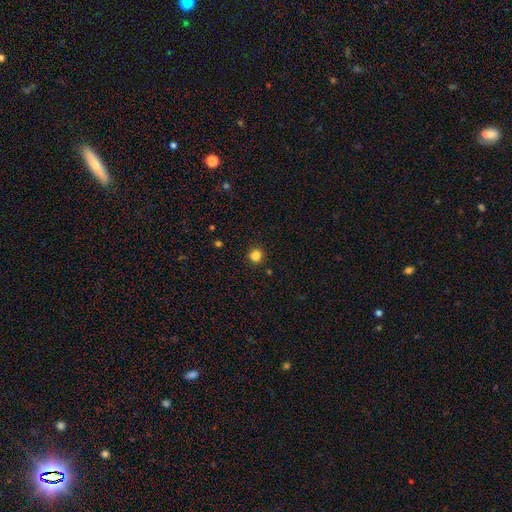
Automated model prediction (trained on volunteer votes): Overall: smooth (84%). How rounded: round (92%). Merging: none (92%).